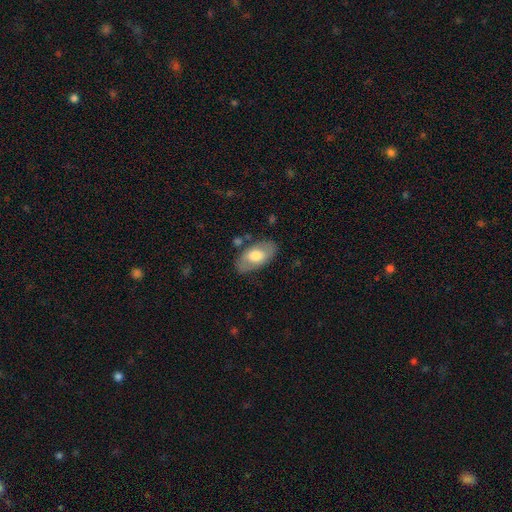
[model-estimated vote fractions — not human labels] This appears to be a smooth galaxy with no disk features (61%) that is in between round and cigar-shaped (94%). Merging: none (78%).